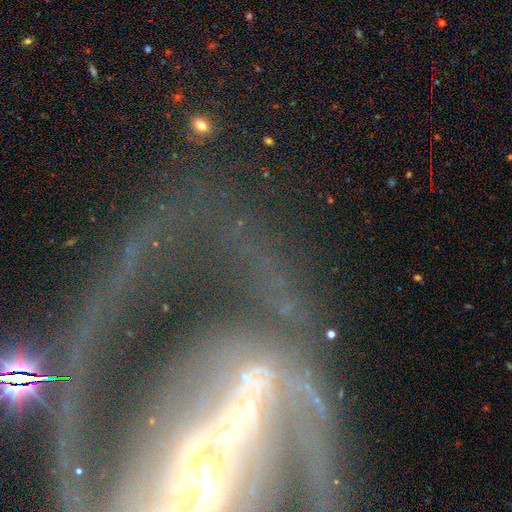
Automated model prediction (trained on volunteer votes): smooth-or-featured: featured or disk: 76% | star or artifact: 14% | smooth: 10%
  disk-edge-on: no: 86% | yes: 14%
    bar: strong: 50% | no: 27% | weak: 23%
    has-spiral-arms: yes: 65% | no: 35%
    bulge-size: moderate: 42% | small: 32% | large: 11% | none: 10% | dominant: 4%
  merging: major disturbance: 41% | none: 36% | minor disturbance: 12% | merger: 11%